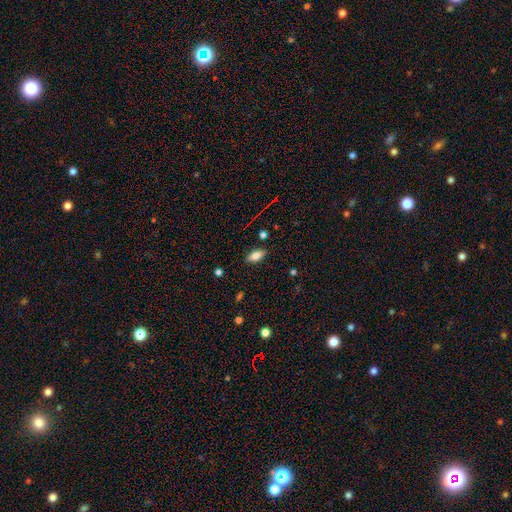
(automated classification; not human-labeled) Smooth or featured? Predicted: smooth (p=0.77). How rounded? Predicted: in between (p=0.86). Merging? Predicted: none (p=0.87).